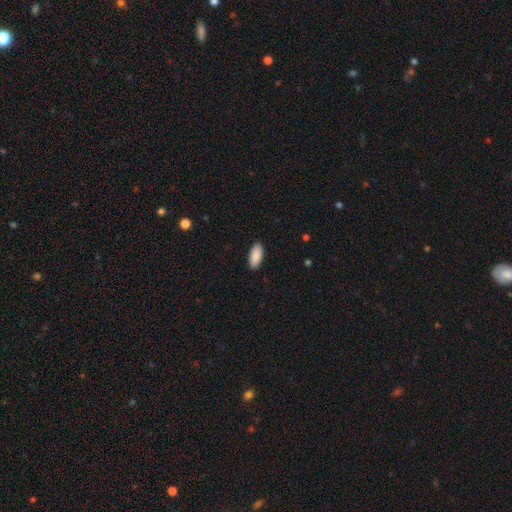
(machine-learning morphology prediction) Smooth or featured?
  - smooth: 91% *
  - star or artifact: 6%
  - featured or disk: 3%
How rounded?
  - in between: 90% *
  - cigar-shaped: 9%
  - round: 2%
Merging?
  - none: 90% *
  - minor disturbance: 8%
  - major disturbance: 2%
  - merger: 1%